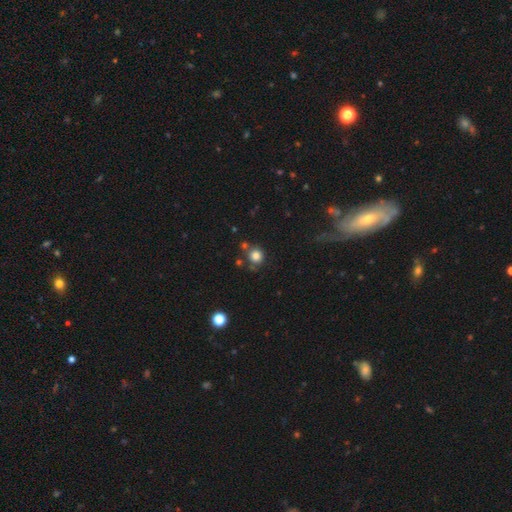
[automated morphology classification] Smooth or featured: smooth — 81% (star or artifact — 13%)
How rounded: round — 90% (in between — 9%)
Merging: none — 73% (minor disturbance — 12%)